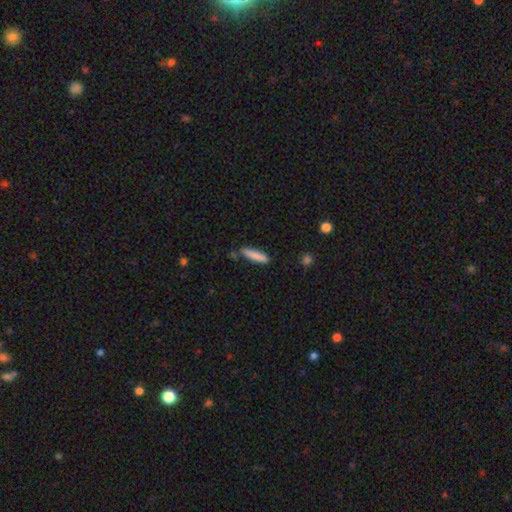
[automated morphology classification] Q: Smooth or featured?
A: smooth (84%); runner-up: featured or disk (9%)
Q: How rounded?
A: cigar-shaped (83%); runner-up: in between (16%)
Q: Merging?
A: none (80%); runner-up: minor disturbance (14%)